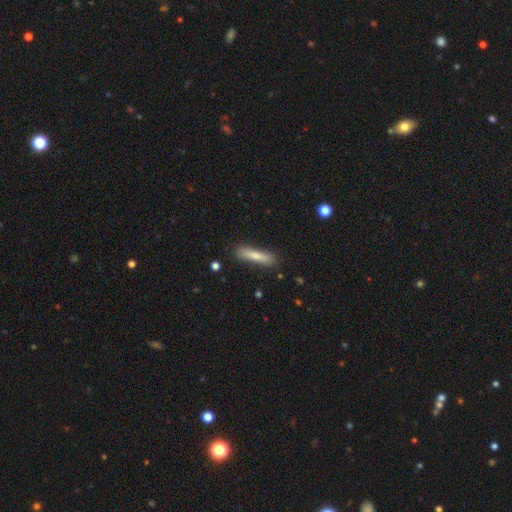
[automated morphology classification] This is likely a smooth galaxy (76%). How rounded: clearly cigar-shaped (84%). Merging: clearly none (85%).